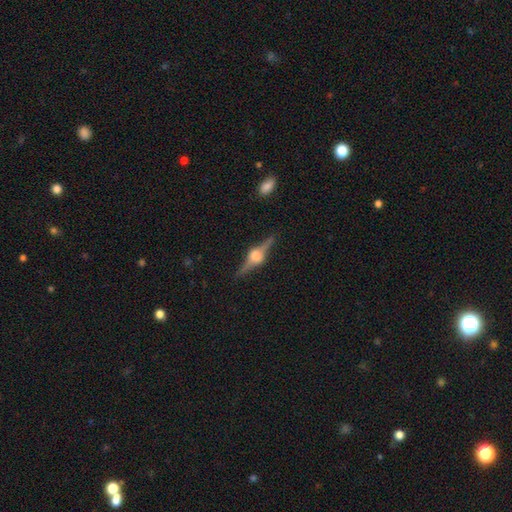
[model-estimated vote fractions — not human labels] A featured or disk galaxy (85%) viewed edge-on (98%) with a rounded central bulge (92%). Merging: none (88%).